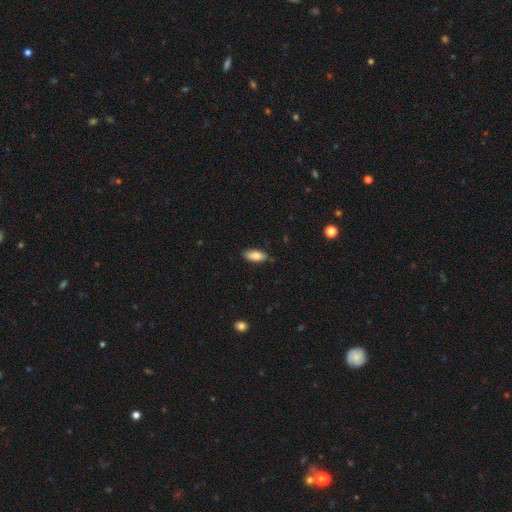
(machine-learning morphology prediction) Smooth or featured?
  - smooth: 83% *
  - featured or disk: 10%
  - star or artifact: 7%
How rounded?
  - in between: 85% *
  - cigar-shaped: 13%
  - round: 2%
Merging?
  - none: 81% *
  - minor disturbance: 16%
  - major disturbance: 2%
  - merger: 1%